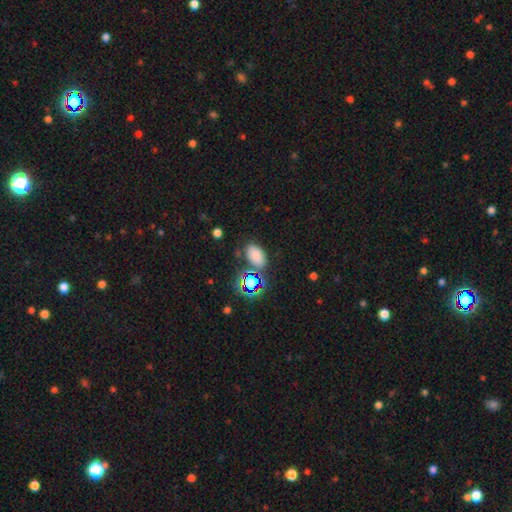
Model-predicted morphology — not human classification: smooth_or_featured: smooth (p=0.73) [alt: star or artifact p=0.20]
how_rounded: in between (p=0.89) [alt: round p=0.10]
merging: none (p=0.76) [alt: minor disturbance p=0.14]